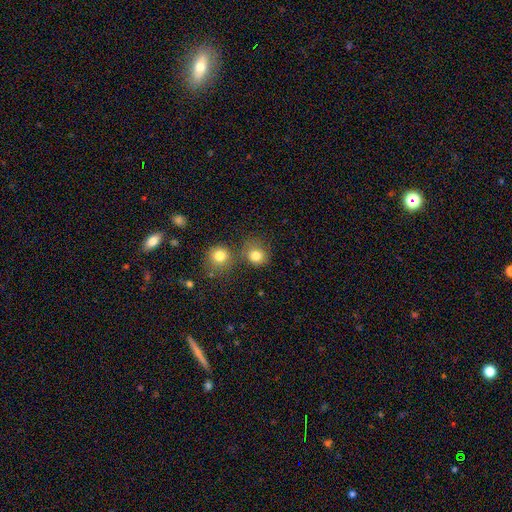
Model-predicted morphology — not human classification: smooth-or-featured: smooth: 81% | star or artifact: 12% | featured or disk: 7%
  how-rounded: round: 86% | in between: 13% | cigar-shaped: 1%
  merging: none: 63% | merger: 22% | minor disturbance: 11% | major disturbance: 5%